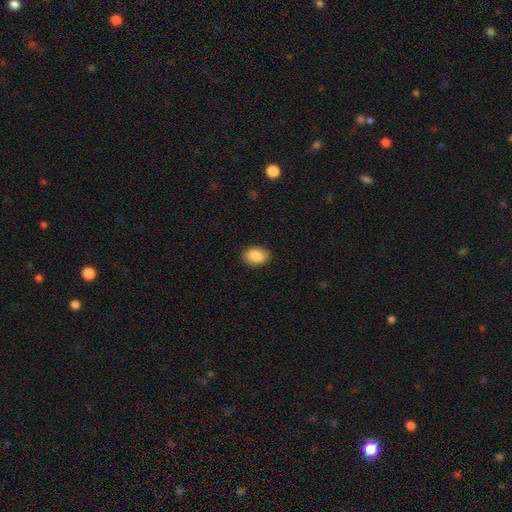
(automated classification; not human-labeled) Smooth or featured? Predicted: smooth (p=0.88). How rounded? Predicted: in between (p=0.83). Merging? Predicted: none (p=0.88).